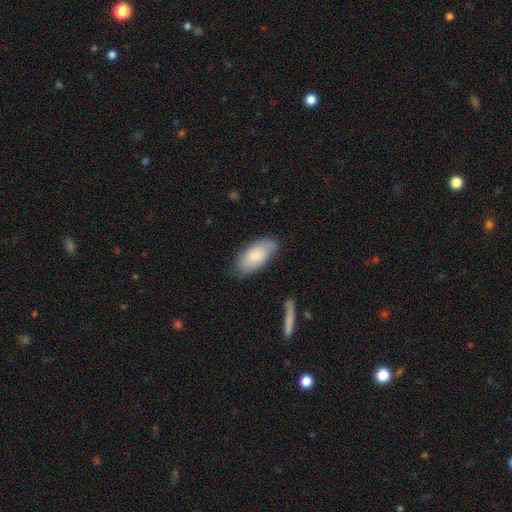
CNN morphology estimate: Smooth or featured? Predicted: smooth (p=0.75). How rounded? Predicted: in between (p=0.91). Merging? Predicted: none (p=0.74).